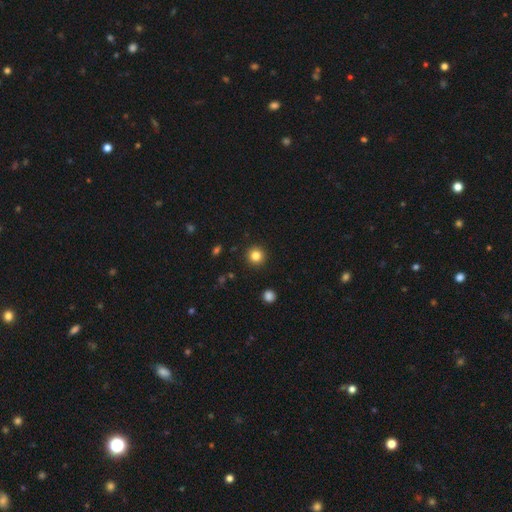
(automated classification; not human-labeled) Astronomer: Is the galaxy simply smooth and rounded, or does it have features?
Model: smooth — 83%.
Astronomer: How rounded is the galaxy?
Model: round — 95%.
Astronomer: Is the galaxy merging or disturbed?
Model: none — 92%.